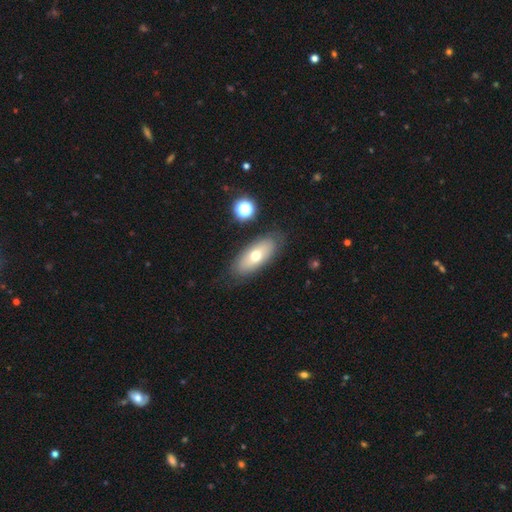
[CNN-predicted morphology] A smooth galaxy with no disk features (62%) that is in between round and cigar-shaped (80%). Merging: none (83%).